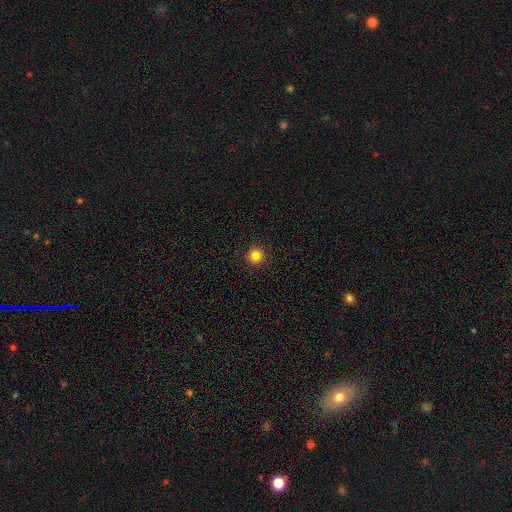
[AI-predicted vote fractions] Morphology: type=smooth (63%); roundness=round (93%); merging=none (86%).